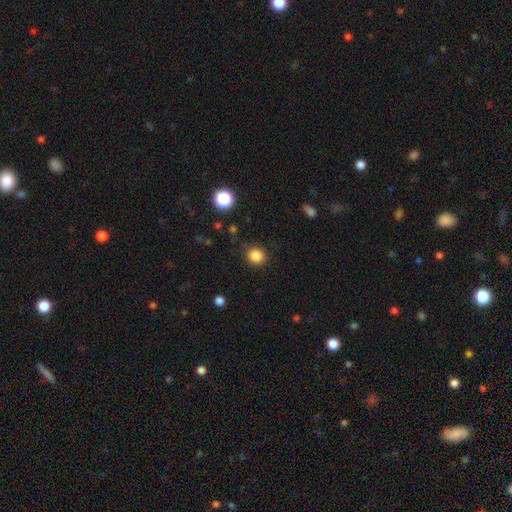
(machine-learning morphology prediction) type=smooth (85%); roundness=round (85%); merging=none (87%).